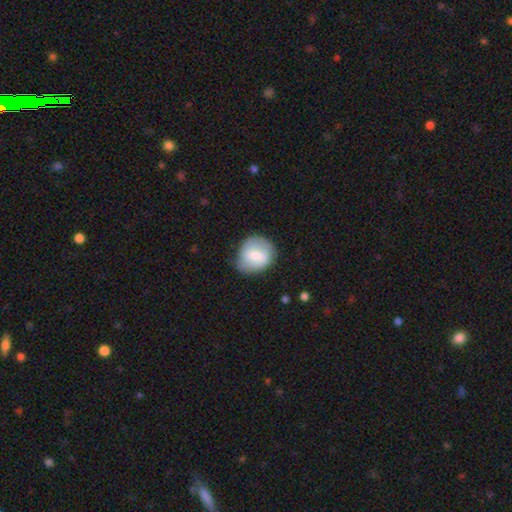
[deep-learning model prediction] Q: Smooth or featured?
A: smooth (60%); runner-up: featured or disk (34%)
Q: How rounded?
A: round (74%); runner-up: in between (25%)
Q: Merging?
A: none (72%); runner-up: minor disturbance (21%)